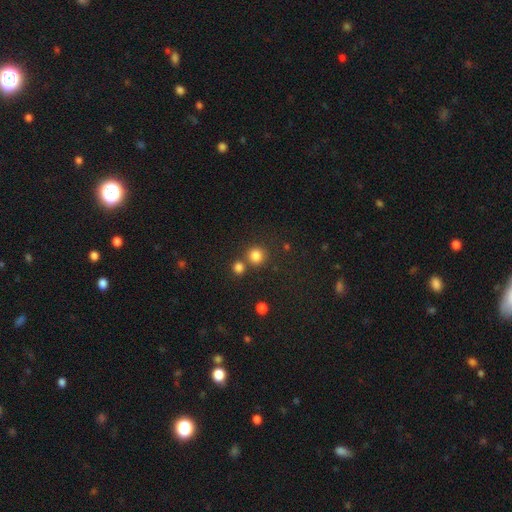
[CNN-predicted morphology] This appears to be a smooth galaxy with no disk features (81%) that is round (90%). Merging: none (68%).